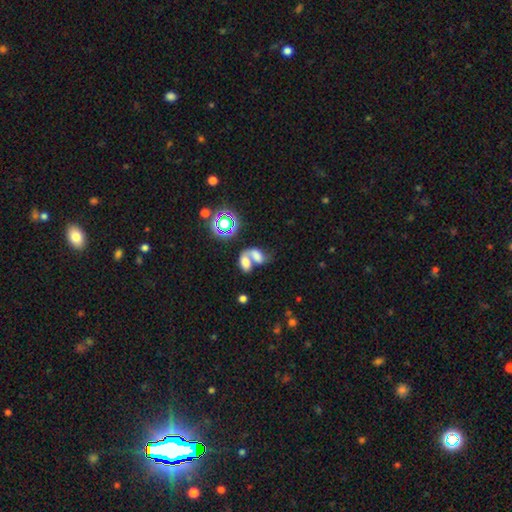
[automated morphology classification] This is likely a smooth galaxy (63%). How rounded: clearly in between (84%). Merging: likely merger (73%).